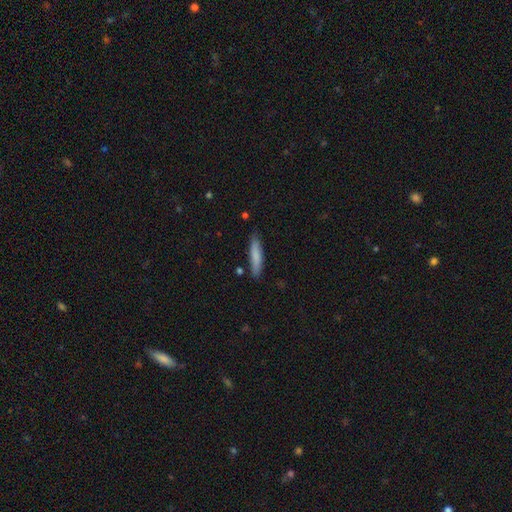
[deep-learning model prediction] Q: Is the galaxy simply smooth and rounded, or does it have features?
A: smooth — 80%.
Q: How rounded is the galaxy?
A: cigar-shaped — 84%.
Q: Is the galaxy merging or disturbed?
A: none — 82%.